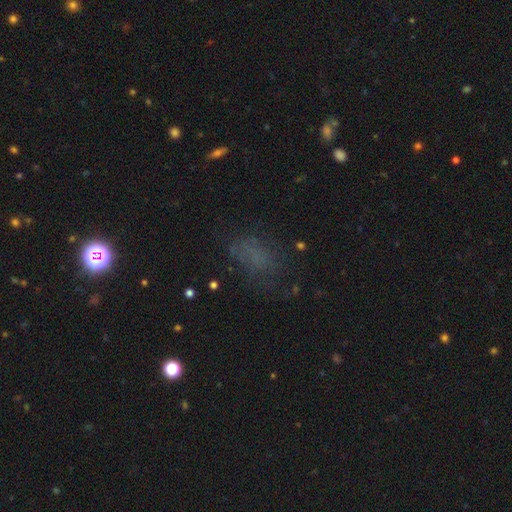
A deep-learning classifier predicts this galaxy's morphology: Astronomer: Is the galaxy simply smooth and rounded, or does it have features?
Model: smooth — 53% (runner-up: star or artifact, 29%).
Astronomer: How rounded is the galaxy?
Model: in between — 79%.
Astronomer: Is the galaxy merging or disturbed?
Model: none — 58%.